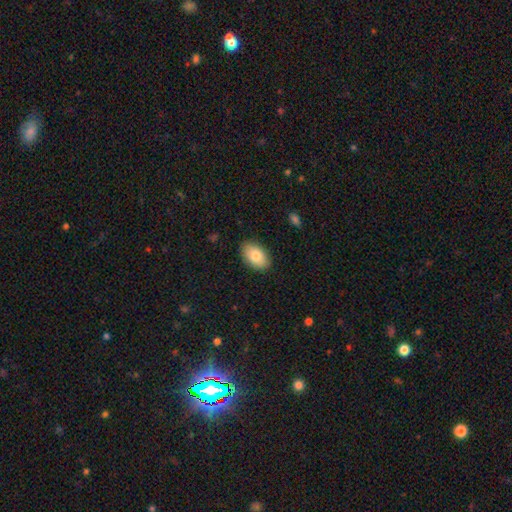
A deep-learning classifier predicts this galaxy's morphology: Q: Smooth or featured?
A: smooth (81%); runner-up: featured or disk (12%)
Q: How rounded?
A: in between (93%); runner-up: round (6%)
Q: Merging?
A: none (88%); runner-up: minor disturbance (9%)